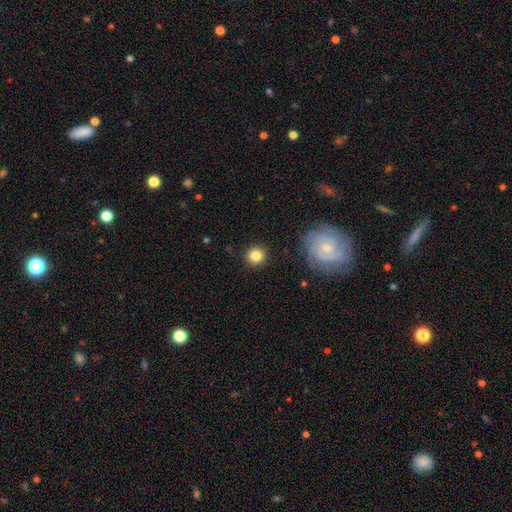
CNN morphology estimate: Smooth or featured? smooth (83%)
How rounded? round (93%)
Merging? none (90%)